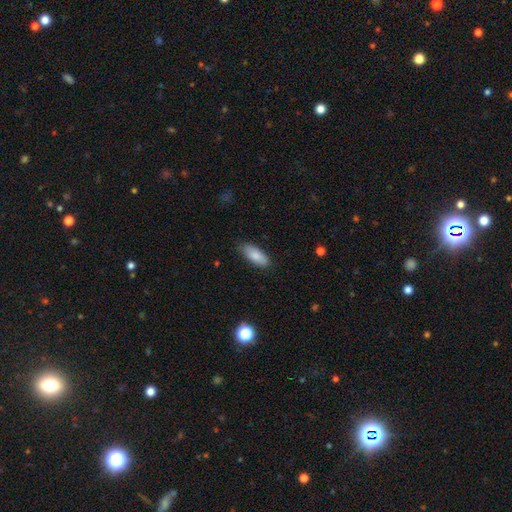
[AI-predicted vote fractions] Smooth or featured?
  - smooth: 85% *
  - featured or disk: 9%
  - star or artifact: 6%
How rounded?
  - in between: 82% *
  - cigar-shaped: 16%
  - round: 2%
Merging?
  - none: 79% *
  - minor disturbance: 17%
  - major disturbance: 3%
  - merger: 1%